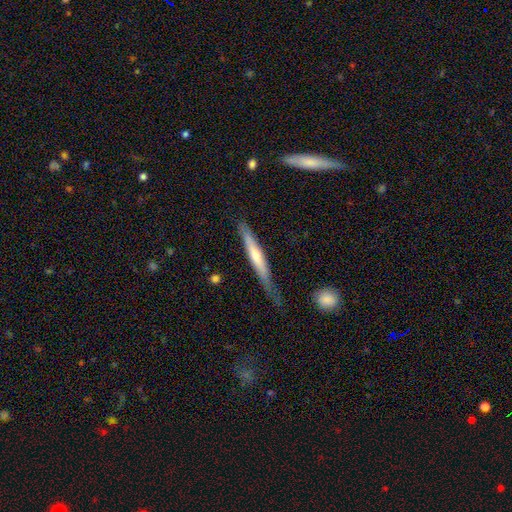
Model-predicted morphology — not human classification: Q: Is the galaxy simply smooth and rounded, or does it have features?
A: featured or disk — 48%.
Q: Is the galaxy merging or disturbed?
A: none — 62%.